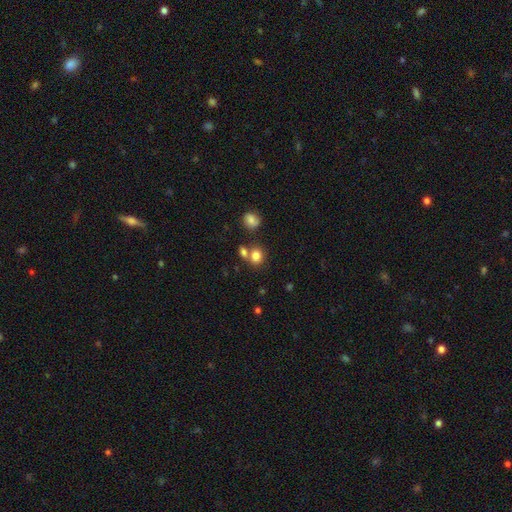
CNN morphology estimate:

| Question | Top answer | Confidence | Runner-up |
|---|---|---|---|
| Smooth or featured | smooth | 80% | star or artifact (11%) |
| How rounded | round | 65% | in between (34%) |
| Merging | none | 53% | merger (33%) |